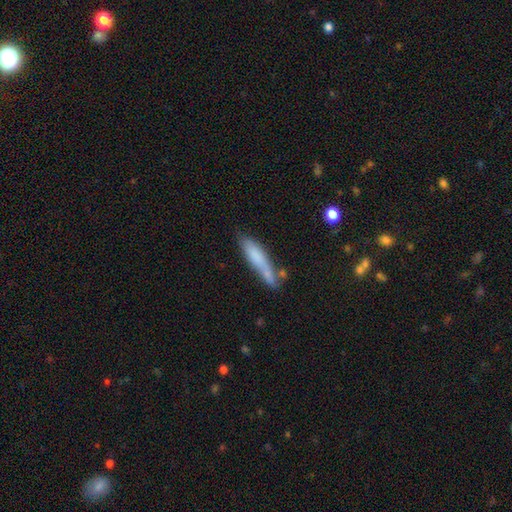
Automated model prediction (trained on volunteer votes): This is likely a smooth galaxy (67%). How rounded: clearly cigar-shaped (83%). Merging: possibly none (59%).